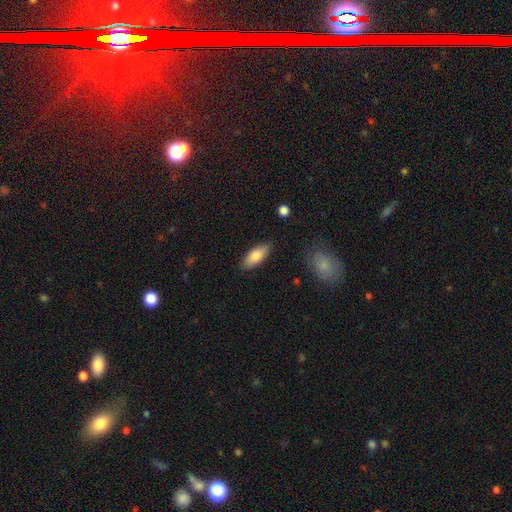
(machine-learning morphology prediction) A smooth galaxy with no disk features (80%) that is in between round and cigar-shaped (77%). Merging: none (84%).